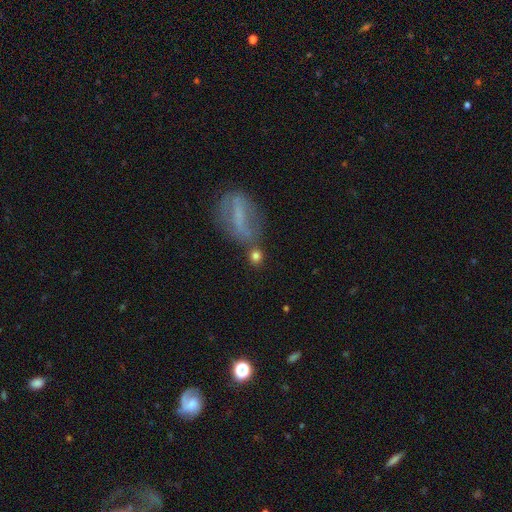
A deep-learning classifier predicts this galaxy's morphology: The model was most divided on "merging": none: 64%, merger: 16%, minor disturbance: 13%, major disturbance: 6%. More confident: how rounded — round (78%); smooth or featured — smooth (75%).